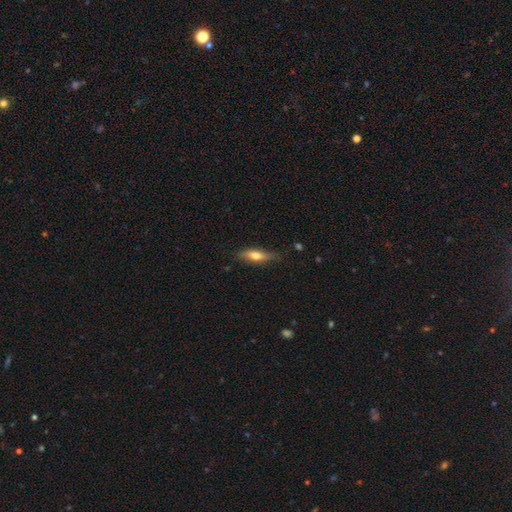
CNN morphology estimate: Smooth or featured? smooth (58%)
How rounded? cigar-shaped (57%)
Merging? none (75%)